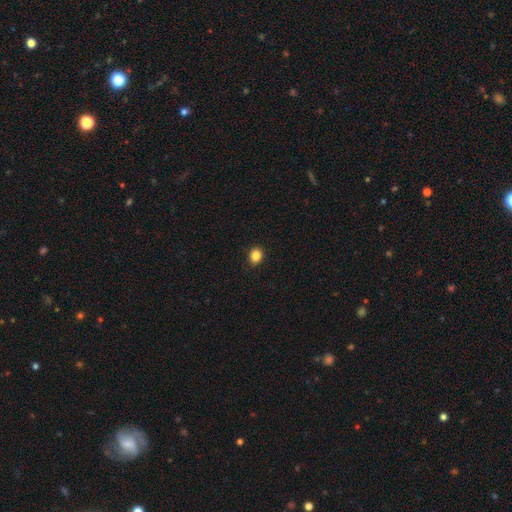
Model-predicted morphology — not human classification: Q: Smooth or featured?
A: smooth (86%); runner-up: star or artifact (10%)
Q: How rounded?
A: round (58%); runner-up: in between (41%)
Q: Merging?
A: none (90%); runner-up: minor disturbance (7%)